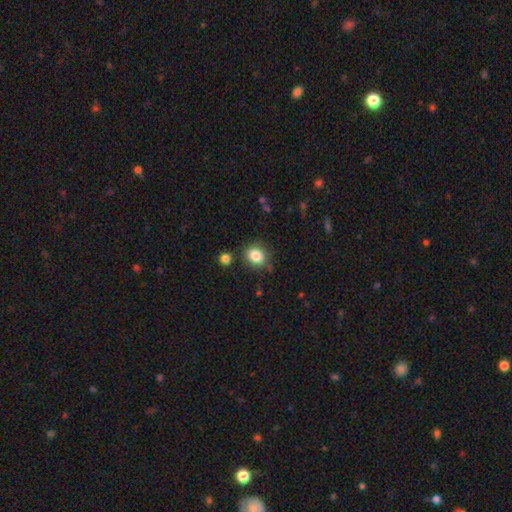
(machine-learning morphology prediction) smooth_or_featured: smooth (p=0.85) [alt: star or artifact p=0.10]
how_rounded: round (p=0.68) [alt: in between p=0.31]
merging: none (p=0.79) [alt: minor disturbance p=0.13]